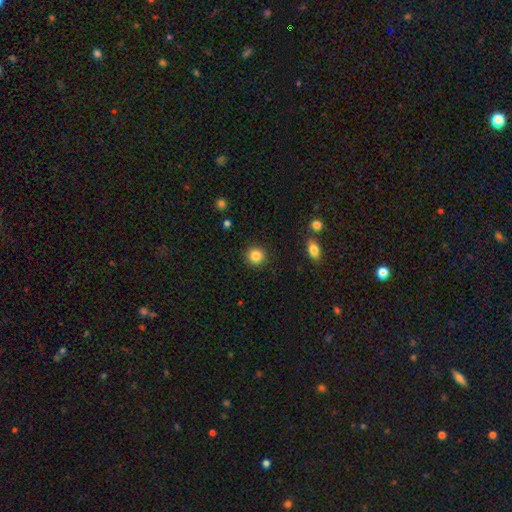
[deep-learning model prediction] Smooth or featured? smooth (86%)
How rounded? round (92%)
Merging? none (90%)